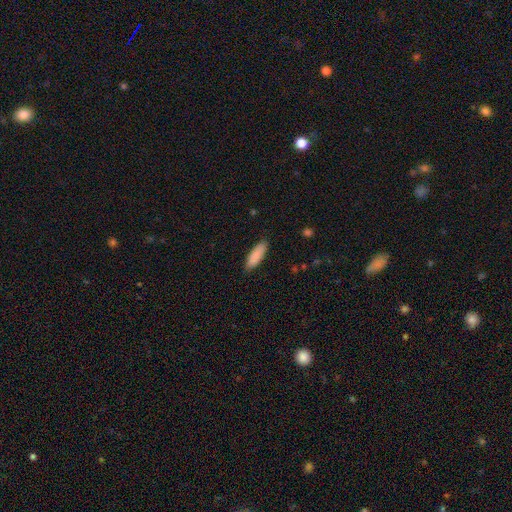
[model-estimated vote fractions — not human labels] Q: Smooth or featured?
A: smooth (89%); runner-up: star or artifact (6%)
Q: How rounded?
A: in between (51%); runner-up: cigar-shaped (47%)
Q: Merging?
A: none (86%); runner-up: minor disturbance (11%)